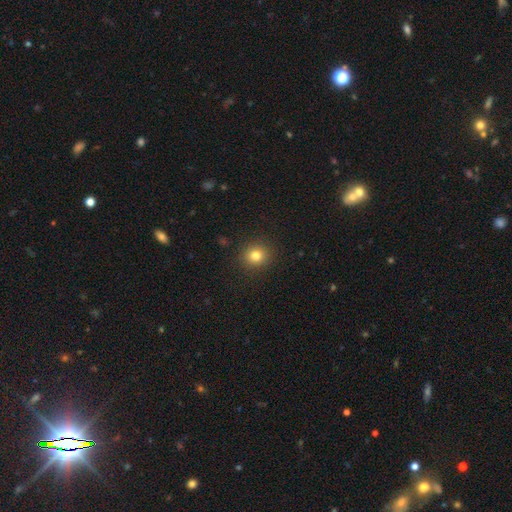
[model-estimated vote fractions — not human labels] This appears to be a smooth galaxy with no disk features (80%) that is round (89%). Merging: none (91%).